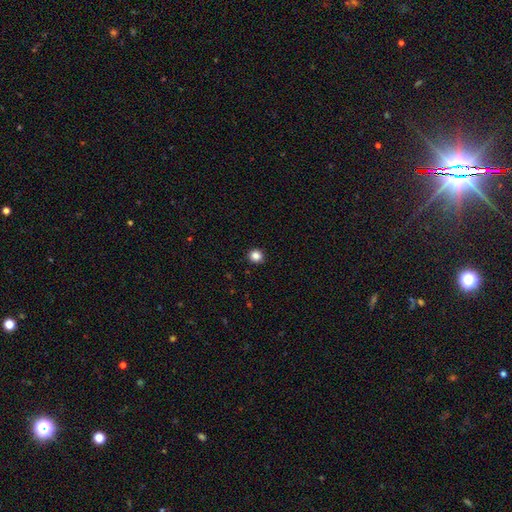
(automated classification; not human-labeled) Smooth or featured: smooth — 85% (star or artifact — 11%)
How rounded: round — 91% (in between — 8%)
Merging: none — 93% (minor disturbance — 5%)